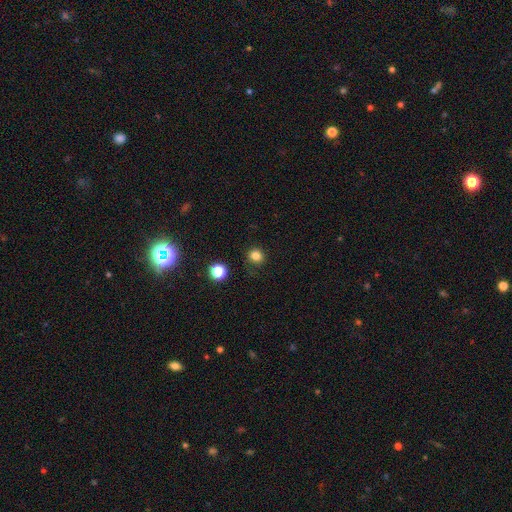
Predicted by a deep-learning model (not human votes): Smooth or featured? smooth (82%)
How rounded? round (88%)
Merging? none (85%)